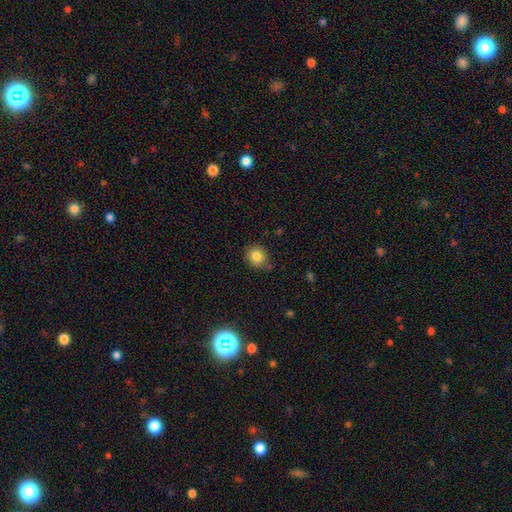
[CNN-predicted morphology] A smooth galaxy with no disk features (82%) that is round (83%).

Vote fractions:
- Smooth or featured? smooth: 82% / star or artifact: 11% / featured or disk: 7%
- How rounded? round: 83% / in between: 16% / cigar-shaped: 1%
- Merging? none: 82% / minor disturbance: 12% / merger: 4% / major disturbance: 3%